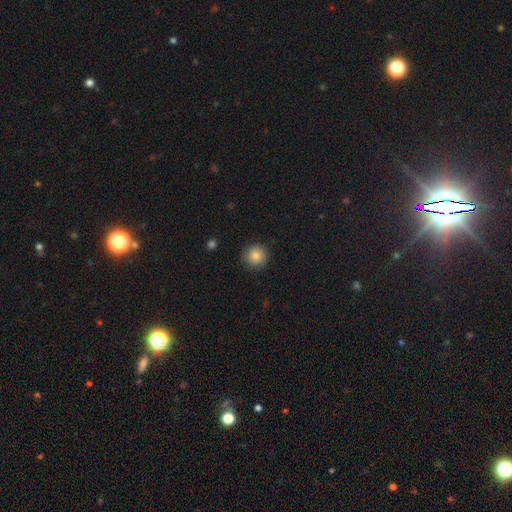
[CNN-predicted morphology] Smooth or featured? smooth (85%)
How rounded? round (94%)
Merging? none (88%)